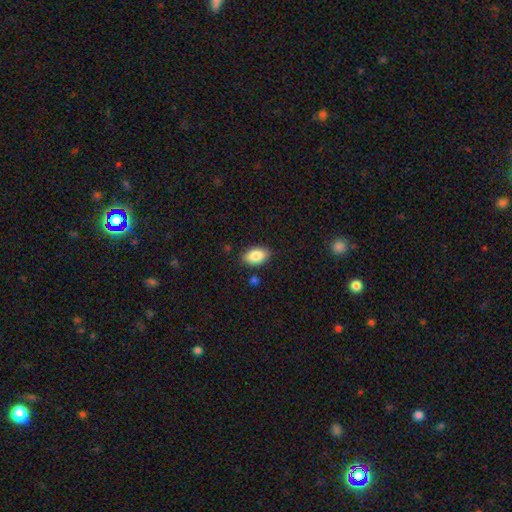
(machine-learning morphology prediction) type=smooth (86%); roundness=in between (92%); merging=none (85%).